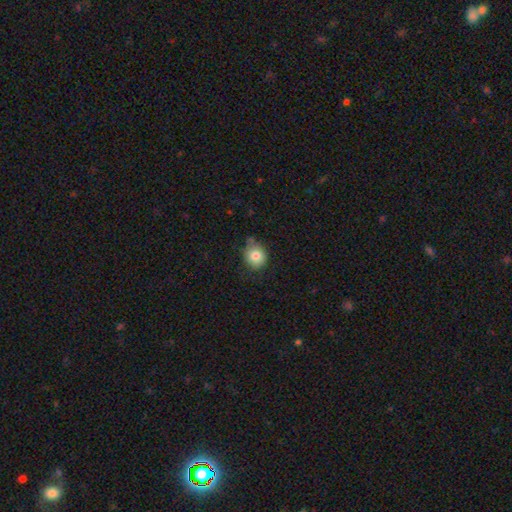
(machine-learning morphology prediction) A smooth galaxy with no disk features (82%) that is round (76%). Merging: none (65%).